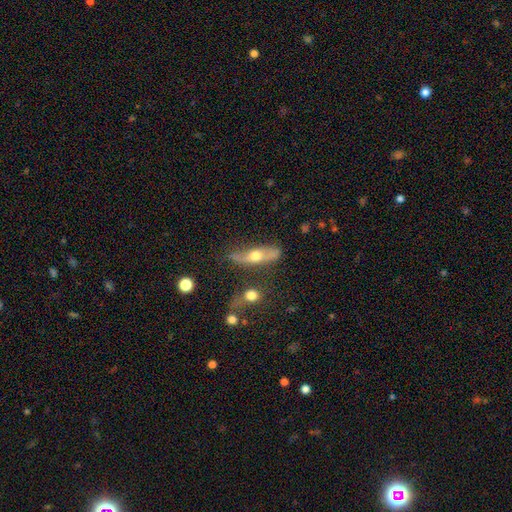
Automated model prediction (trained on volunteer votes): Morphology: type=featured or disk (52%); edge-on=yes (64%); merging=none (60%).